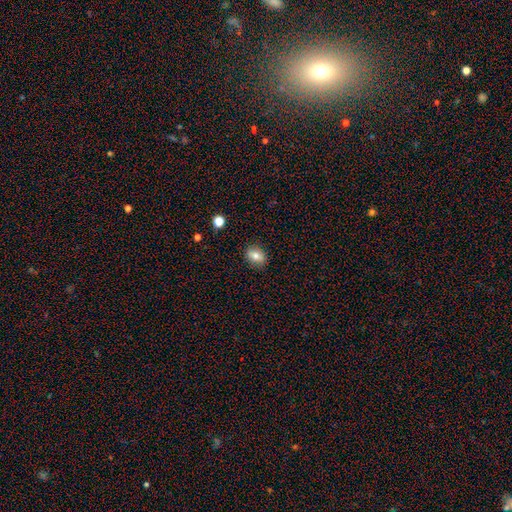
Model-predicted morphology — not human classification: Q: Smooth or featured?
A: smooth (75%); runner-up: featured or disk (15%)
Q: How rounded?
A: in between (60%); runner-up: round (39%)
Q: Merging?
A: none (86%); runner-up: minor disturbance (10%)